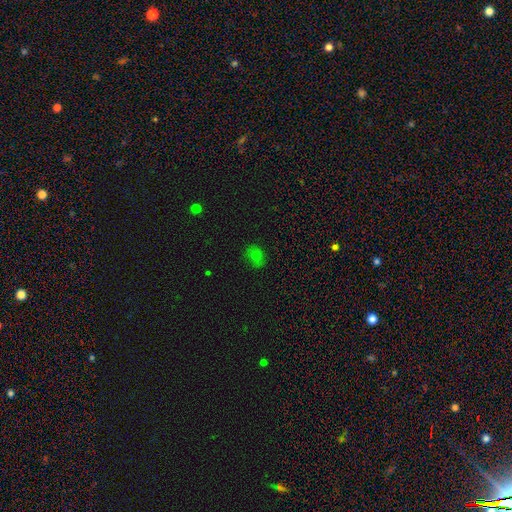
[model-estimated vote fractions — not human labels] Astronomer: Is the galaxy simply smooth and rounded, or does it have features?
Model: smooth — 71%.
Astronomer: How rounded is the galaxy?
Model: in between — 58% (runner-up: round, 41%).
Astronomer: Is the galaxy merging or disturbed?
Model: none — 73%.